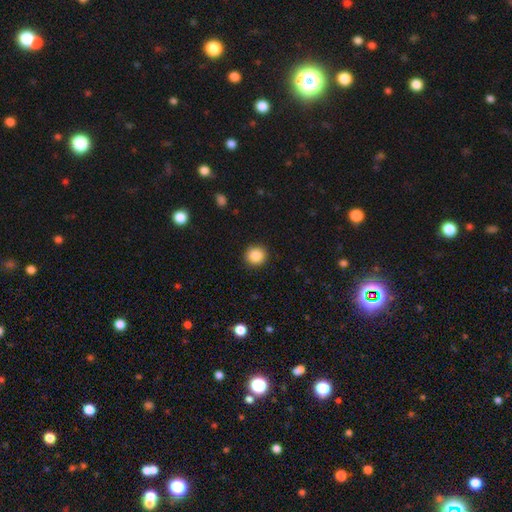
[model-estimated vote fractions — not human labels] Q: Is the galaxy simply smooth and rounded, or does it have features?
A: smooth — 87%.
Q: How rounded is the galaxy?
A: round — 93%.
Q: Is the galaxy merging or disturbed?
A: none — 92%.